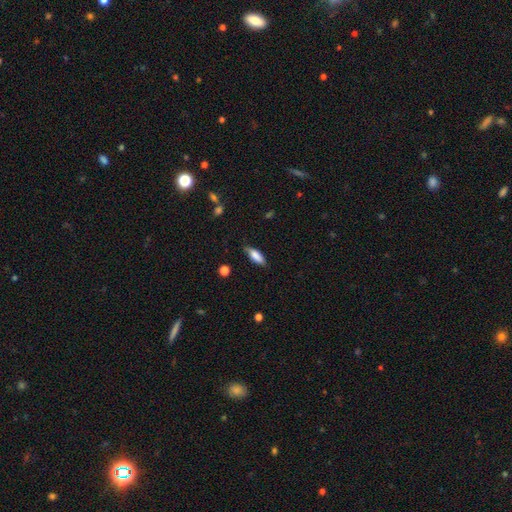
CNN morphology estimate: A smooth galaxy with no disk features (80%) that is in between round and cigar-shaped (60%).

Vote fractions:
- Smooth or featured? smooth: 80% / featured or disk: 14% / star or artifact: 7%
- How rounded? in between: 60% / cigar-shaped: 39% / round: 2%
- Merging? none: 79% / minor disturbance: 16% / major disturbance: 3% / merger: 1%